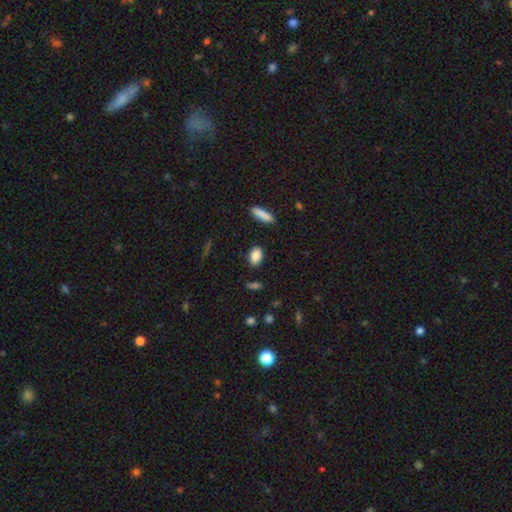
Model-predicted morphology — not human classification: smooth 87%, star or artifact 8%, featured or disk 5%. Down the decision tree: how rounded — in between (85%); merging — none (86%).